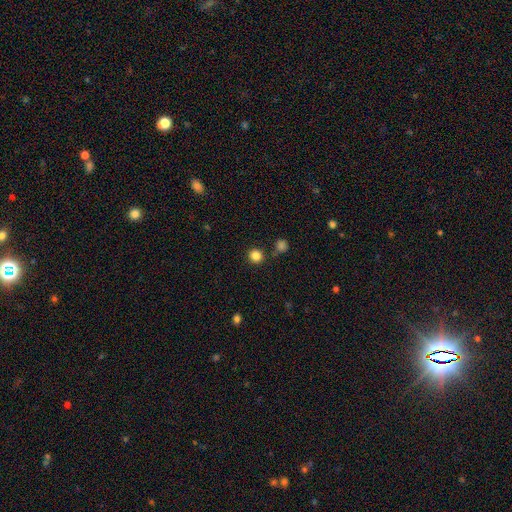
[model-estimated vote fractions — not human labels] This appears to be a smooth galaxy with no disk features (84%) that is round (91%). Merging: none (84%).